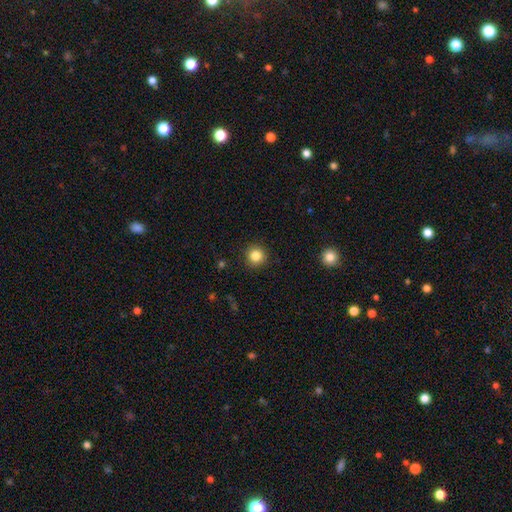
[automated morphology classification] This is clearly a smooth galaxy (85%). How rounded: clearly round (94%). Merging: clearly none (91%).